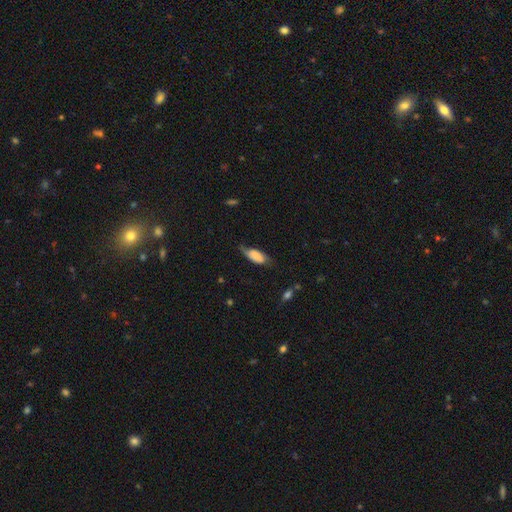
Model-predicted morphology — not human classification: Smooth or featured? smooth (68%)
How rounded? in between (81%)
Merging? none (49%)